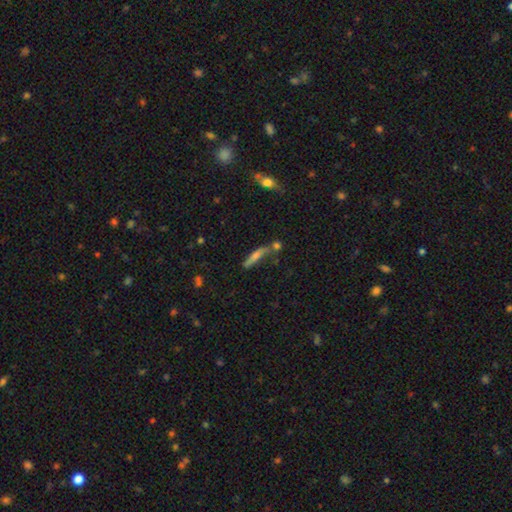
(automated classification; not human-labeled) This appears to be a smooth galaxy with no disk features (48%). Merging: none (55%).